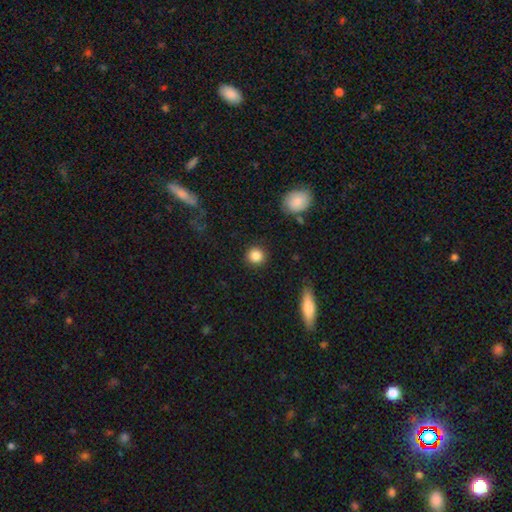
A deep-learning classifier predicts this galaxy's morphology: A smooth galaxy with no disk features (87%) that is round (92%).

Vote fractions:
- Smooth or featured? smooth: 87% / star or artifact: 9% / featured or disk: 4%
- How rounded? round: 92% / in between: 7% / cigar-shaped: 1%
- Merging? none: 90% / minor disturbance: 6% / major disturbance: 2% / merger: 1%